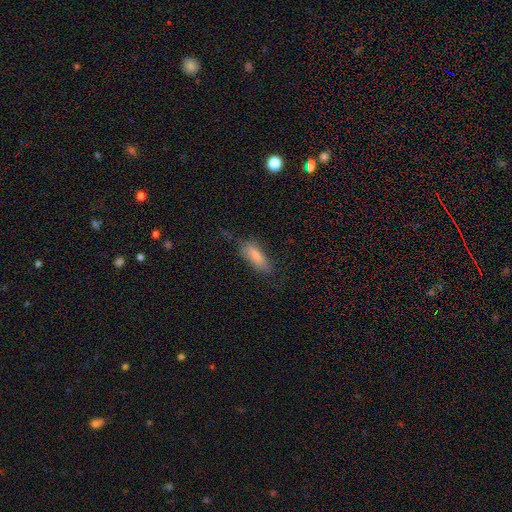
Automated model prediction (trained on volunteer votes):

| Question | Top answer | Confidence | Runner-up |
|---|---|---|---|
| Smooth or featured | smooth | 80% | featured or disk (12%) |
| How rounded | in between | 67% | cigar-shaped (31%) |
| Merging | none | 67% | minor disturbance (23%) |